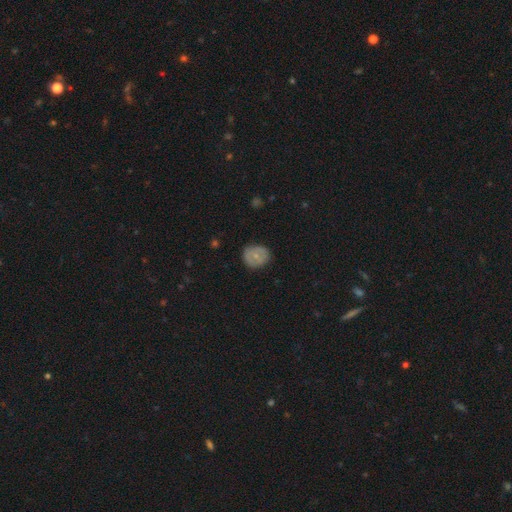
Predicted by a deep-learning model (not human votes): Morphology: type=smooth (60%); roundness=round (77%); merging=none (79%).